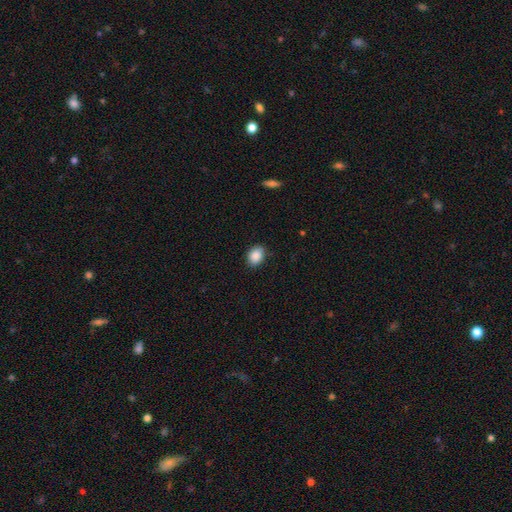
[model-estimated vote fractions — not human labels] A smooth galaxy with no disk features (89%) that is in between round and cigar-shaped (73%). Merging: none (86%).